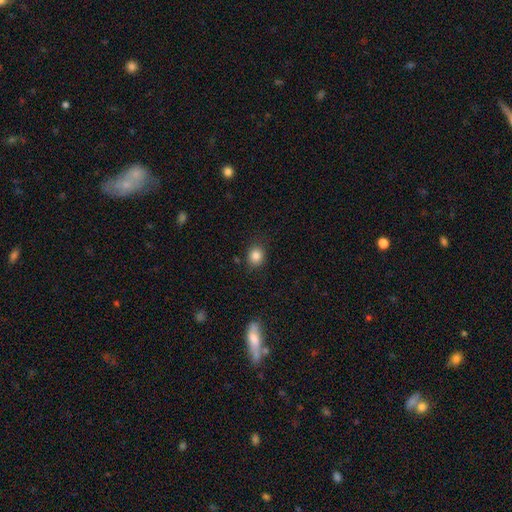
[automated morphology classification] Smooth or featured?
  - smooth: 84% *
  - star or artifact: 11%
  - featured or disk: 5%
How rounded?
  - round: 67% *
  - in between: 32%
  - cigar-shaped: 1%
Merging?
  - none: 84% *
  - minor disturbance: 11%
  - major disturbance: 3%
  - merger: 2%